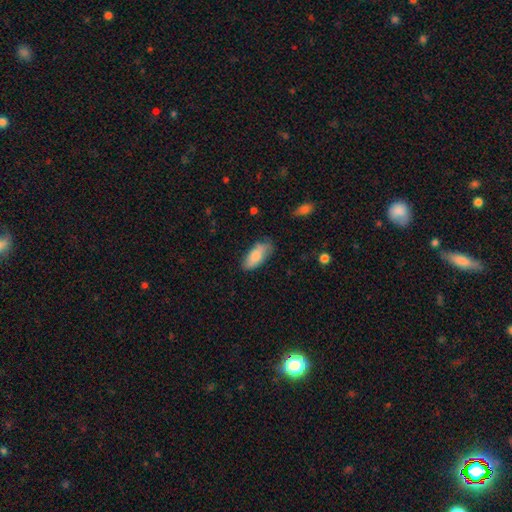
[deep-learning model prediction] This appears to be a smooth galaxy with no disk features (82%) that is in between round and cigar-shaped (84%). Merging: none (69%).